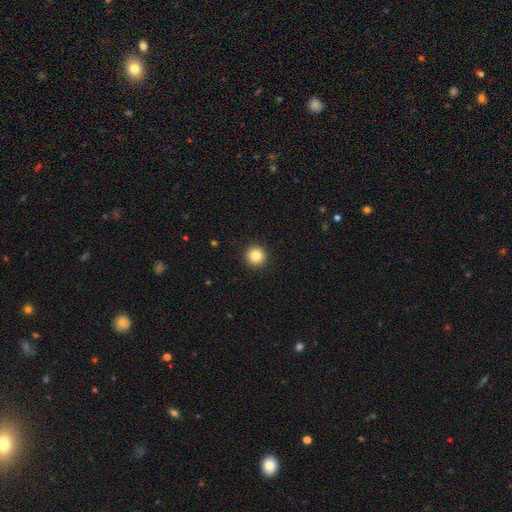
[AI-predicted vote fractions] A smooth galaxy with no disk features (84%) that is round (96%). Merging: none (93%).